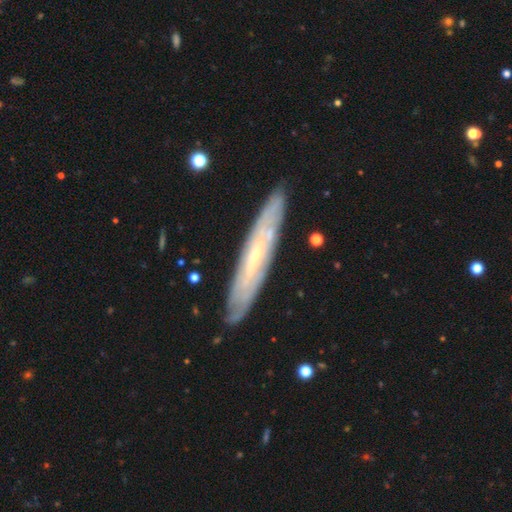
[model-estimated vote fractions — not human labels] Smooth or featured?
  - featured or disk: 73% *
  - smooth: 20%
  - star or artifact: 6%
Edge-on disk?
  - yes: 53% *
  - no: 47%
Merging?
  - none: 86% *
  - minor disturbance: 10%
  - major disturbance: 2%
  - merger: 1%